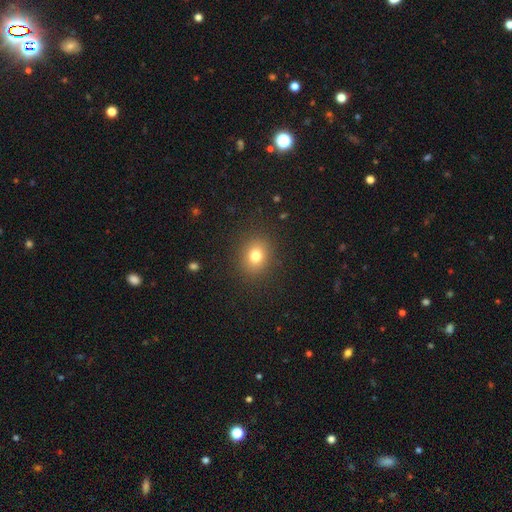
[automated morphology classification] smooth-or-featured: smooth: 78% | star or artifact: 13% | featured or disk: 9%
  how-rounded: round: 62% | in between: 37% | cigar-shaped: 1%
  merging: none: 88% | minor disturbance: 8% | major disturbance: 3% | merger: 1%